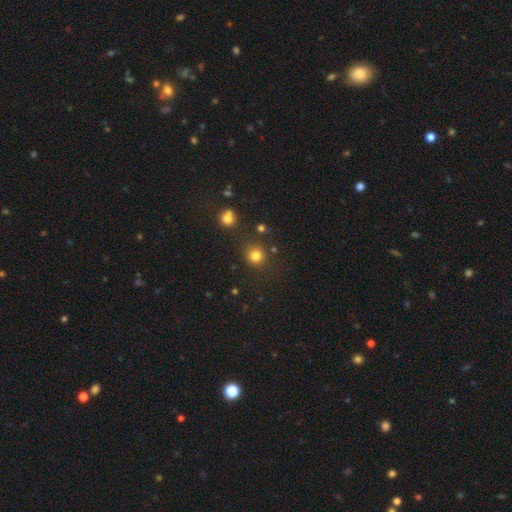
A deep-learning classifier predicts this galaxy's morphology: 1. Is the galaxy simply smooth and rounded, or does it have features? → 80% smooth, 15% star or artifact, 5% featured or disk.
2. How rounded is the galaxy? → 90% round, 9% in between, 1% cigar-shaped.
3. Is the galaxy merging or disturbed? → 82% none, 9% minor disturbance, 5% merger, 4% major disturbance.